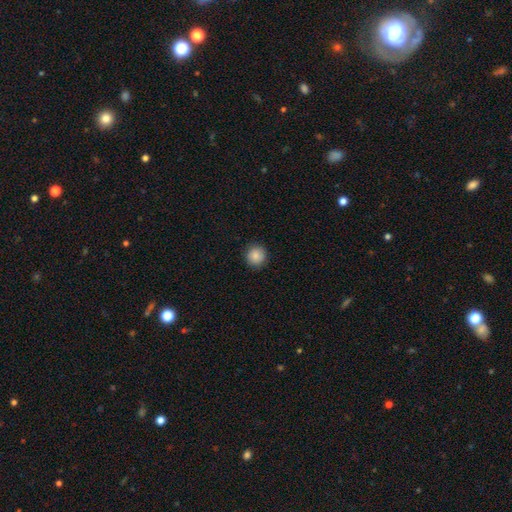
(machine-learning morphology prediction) Smooth or featured: smooth — 87% (star or artifact — 8%)
How rounded: round — 92% (in between — 7%)
Merging: none — 90% (minor disturbance — 7%)